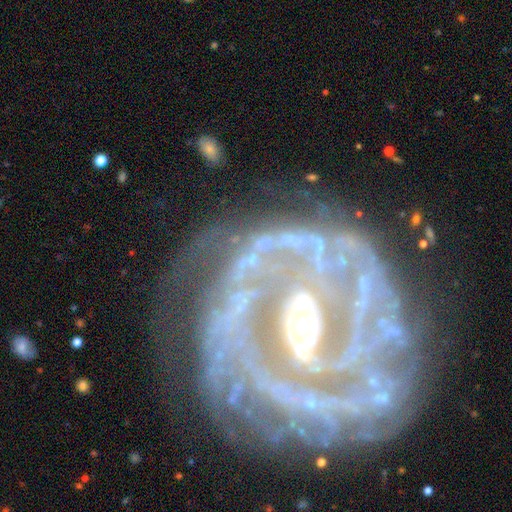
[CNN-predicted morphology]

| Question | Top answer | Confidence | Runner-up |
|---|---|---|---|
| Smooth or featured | featured or disk | 90% | star or artifact (6%) |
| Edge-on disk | no | 97% | yes (3%) |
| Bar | strong | 40% | weak (34%) |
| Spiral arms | yes | 92% | no (8%) |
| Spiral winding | tight | 66% | medium (26%) |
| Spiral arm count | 2 | 28% | can't tell (27%) |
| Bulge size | moderate | 66% | small (24%) |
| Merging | none | 65% | minor disturbance (19%) |